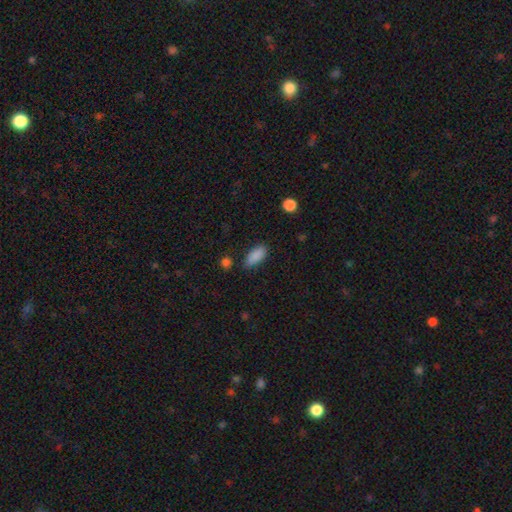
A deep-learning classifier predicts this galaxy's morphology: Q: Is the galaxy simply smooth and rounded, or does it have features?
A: smooth — 88%.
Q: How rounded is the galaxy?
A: in between — 86%.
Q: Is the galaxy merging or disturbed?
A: none — 80%.